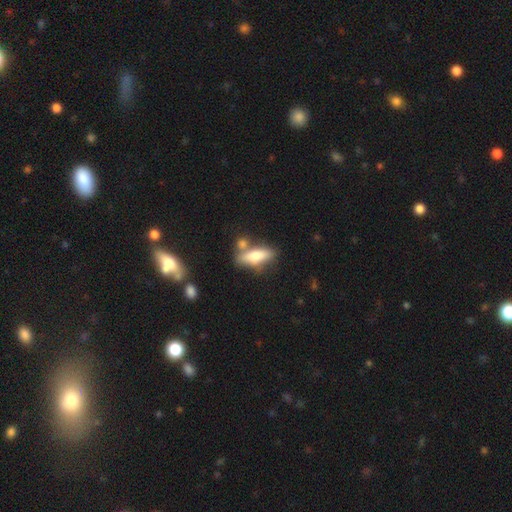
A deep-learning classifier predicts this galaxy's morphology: The model was most divided on "how rounded": in between: 55%, cigar-shaped: 42%, round: 3%. More confident: smooth or featured — smooth (67%); merging — none (57%).